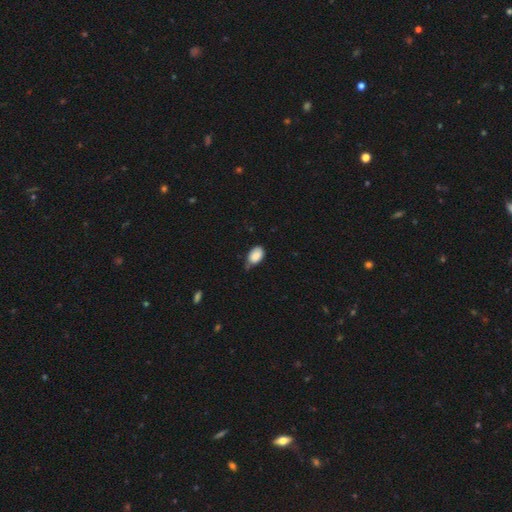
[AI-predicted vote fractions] Smooth or featured? Predicted: smooth (p=0.87). How rounded? Predicted: in between (p=0.89). Merging? Predicted: none (p=0.52).